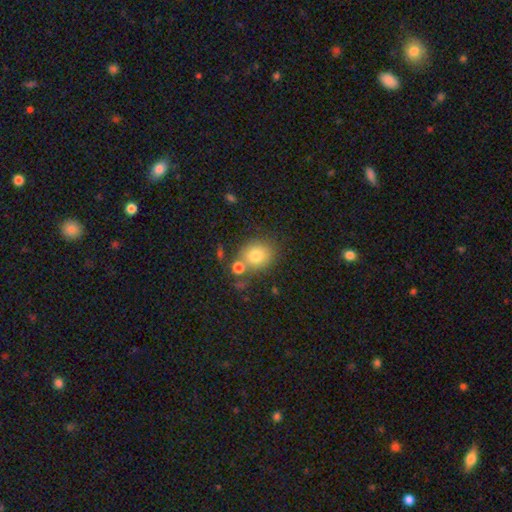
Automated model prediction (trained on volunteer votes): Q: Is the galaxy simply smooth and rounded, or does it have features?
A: smooth — 78%.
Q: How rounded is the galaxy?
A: round — 71%.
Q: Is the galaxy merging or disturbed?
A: none — 65%.